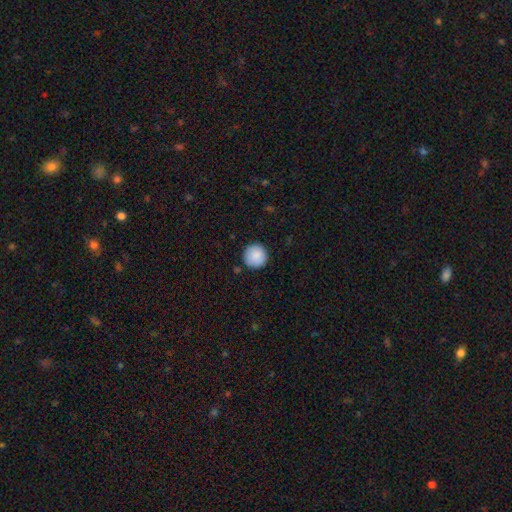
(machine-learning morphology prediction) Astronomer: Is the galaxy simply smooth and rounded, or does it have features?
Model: smooth — 89%.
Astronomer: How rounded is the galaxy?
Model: round — 96%.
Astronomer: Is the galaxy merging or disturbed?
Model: none — 89%.